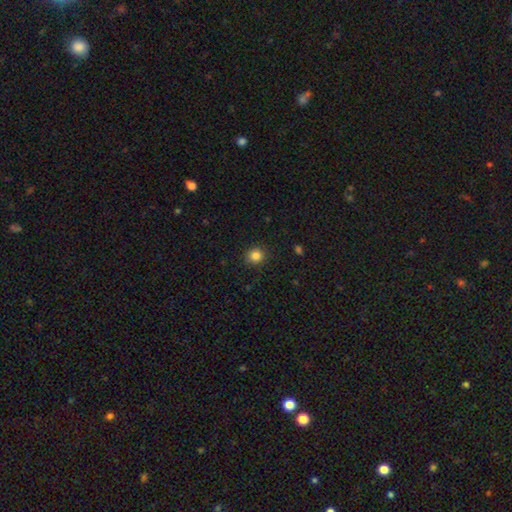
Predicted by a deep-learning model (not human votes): This appears to be a smooth galaxy with no disk features (84%) that is round (89%). Merging: none (90%).